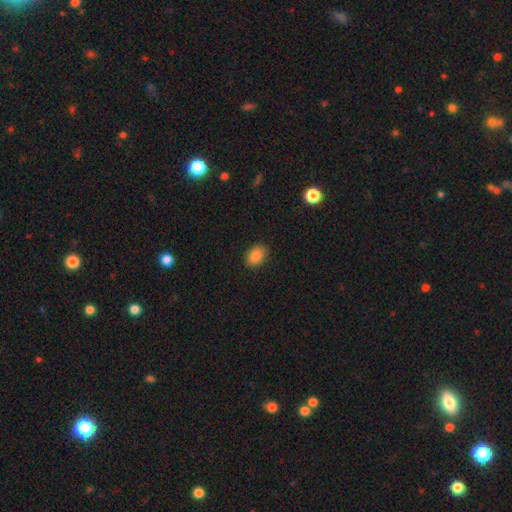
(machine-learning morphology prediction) A smooth galaxy with no disk features (86%) that is in between round and cigar-shaped (76%).

Vote fractions:
- Smooth or featured? smooth: 86% / star or artifact: 9% / featured or disk: 5%
- How rounded? in between: 76% / round: 23% / cigar-shaped: 1%
- Merging? none: 88% / minor disturbance: 9% / major disturbance: 2% / merger: 1%